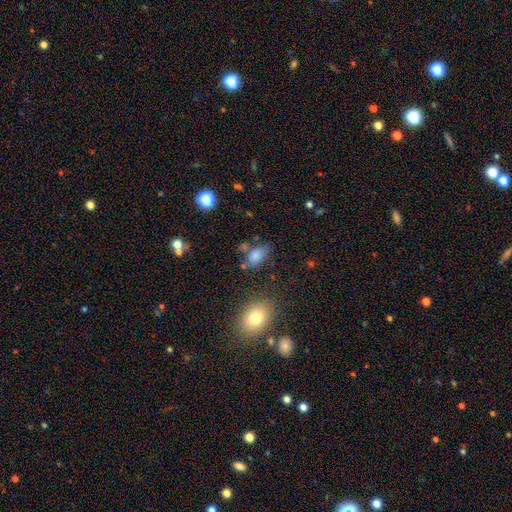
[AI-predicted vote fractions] smooth_or_featured: smooth (p=0.79) [alt: star or artifact p=0.12]
how_rounded: in between (p=0.88) [alt: round p=0.08]
merging: none (p=0.63) [alt: minor disturbance p=0.19]